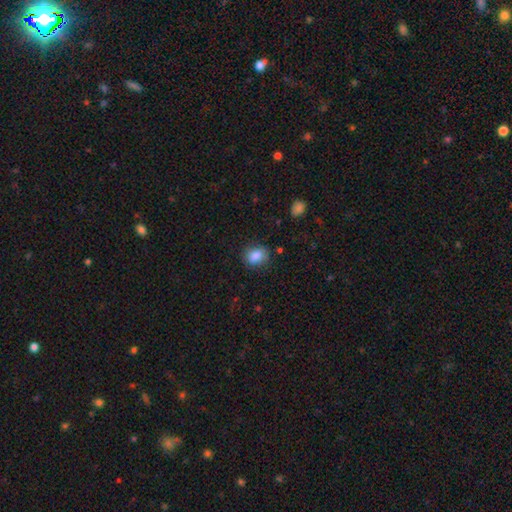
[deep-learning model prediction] A smooth galaxy with no disk features (85%) that is in between round and cigar-shaped (56%). Merging: none (78%).